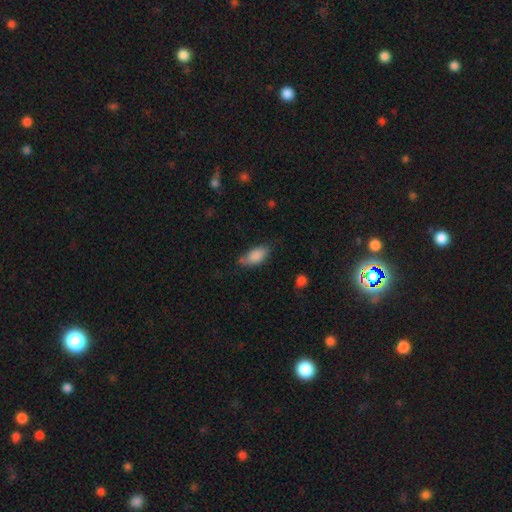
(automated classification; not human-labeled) Morphology: type=smooth (86%); roundness=in between (90%); merging=none (60%).